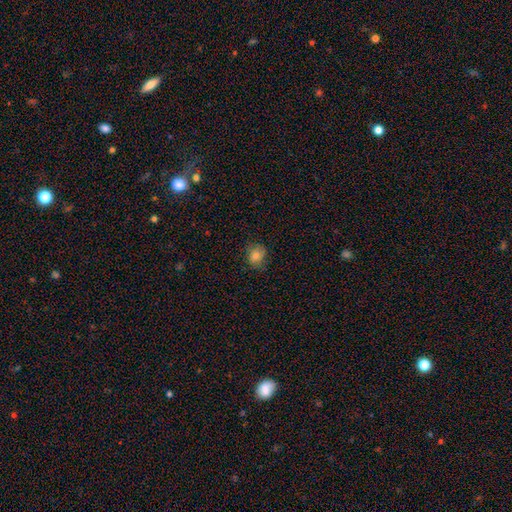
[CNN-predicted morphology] This is likely a smooth galaxy (79%). How rounded: likely round (70%). Merging: likely none (75%).